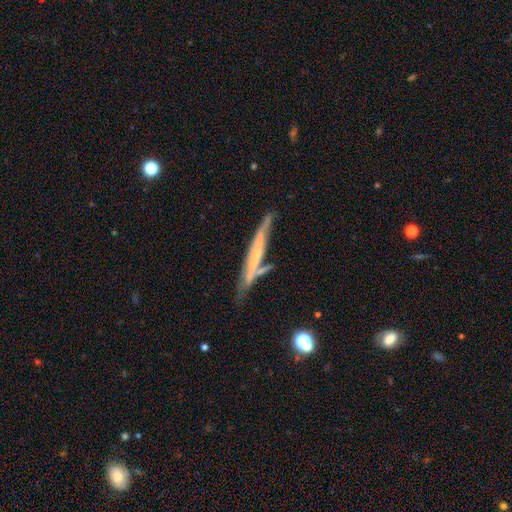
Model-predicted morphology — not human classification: A featured or disk galaxy (64%) viewed edge-on (85%) with no central bulge (62%).

Vote fractions:
- Smooth or featured? featured or disk: 64% / smooth: 28% / star or artifact: 7%
- Edge-on disk? yes: 85% / no: 15%
- Edge-on bulge? none: 62% / rounded: 30% / boxy: 9%
- Merging? none: 59% / minor disturbance: 22% / merger: 13% / major disturbance: 7%